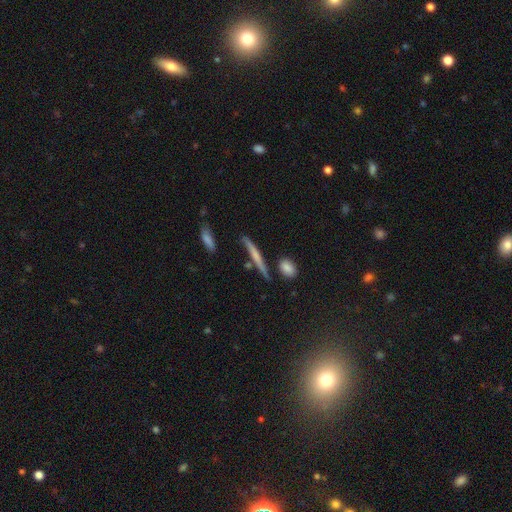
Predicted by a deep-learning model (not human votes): A smooth galaxy with no disk features (49%).

Vote fractions:
- Smooth or featured? smooth: 49% / featured or disk: 44% / star or artifact: 7%
- Merging? none: 78% / minor disturbance: 12% / merger: 6% / major disturbance: 3%